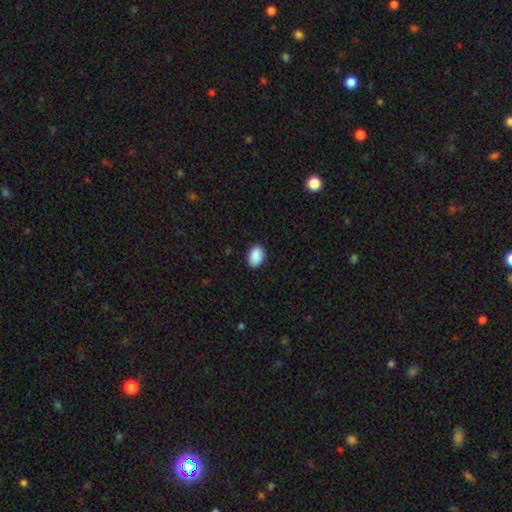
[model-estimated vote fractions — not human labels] smooth_or_featured: smooth (p=0.91) [alt: star or artifact p=0.07]
how_rounded: in between (p=0.82) [alt: round p=0.17]
merging: none (p=0.88) [alt: minor disturbance p=0.09]